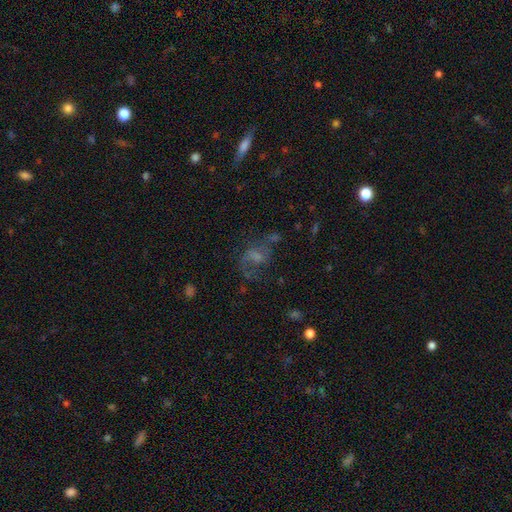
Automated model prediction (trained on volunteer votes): smooth-or-featured: featured or disk: 49% | smooth: 32% | star or artifact: 20%
  merging: none: 38% | major disturbance: 36% | minor disturbance: 19% | merger: 8%